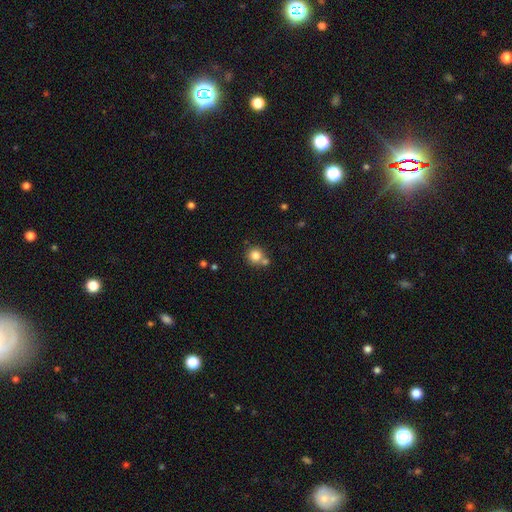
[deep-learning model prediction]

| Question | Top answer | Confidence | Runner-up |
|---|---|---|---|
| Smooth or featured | smooth | 81% | star or artifact (11%) |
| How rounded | round | 91% | in between (8%) |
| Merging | none | 60% | merger (27%) |